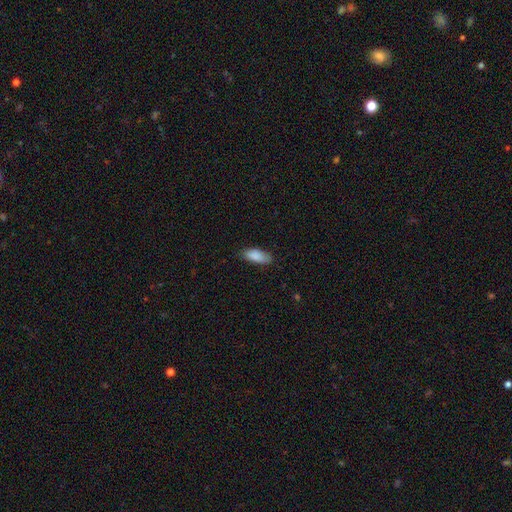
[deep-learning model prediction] Smooth or featured? smooth (88%)
How rounded? in between (78%)
Merging? none (79%)